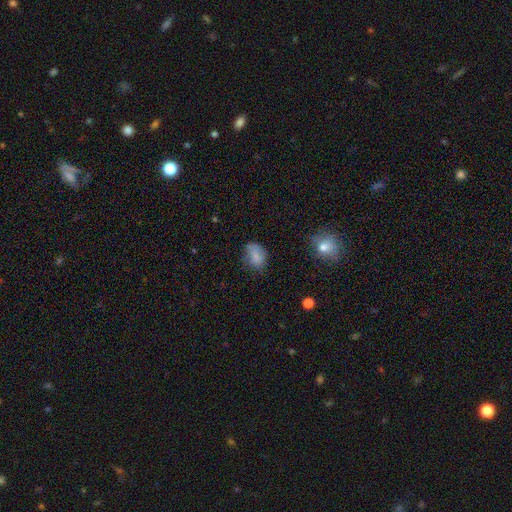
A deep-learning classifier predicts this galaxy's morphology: type=smooth (79%); roundness=in between (73%); merging=none (57%).